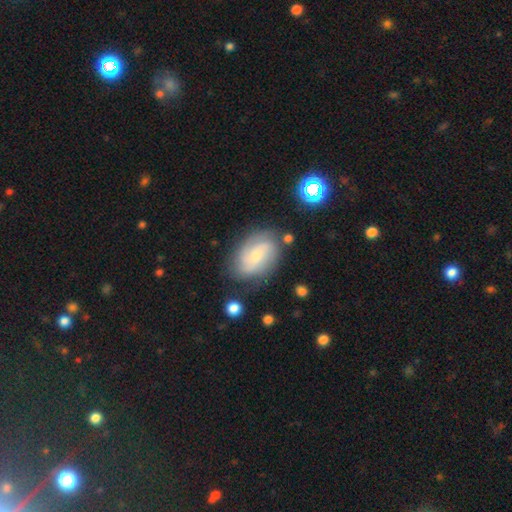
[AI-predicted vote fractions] The model was most divided on "spiral winding": medium: 41%, tight: 39%, loose: 20%. Remaining: edge-on disk — no (96%); spiral arms — yes (89%); merging — none (72%); bulge size — small (66%); smooth or featured — featured or disk (64%); bar — no (58%); spiral arm count — 2 (42%).